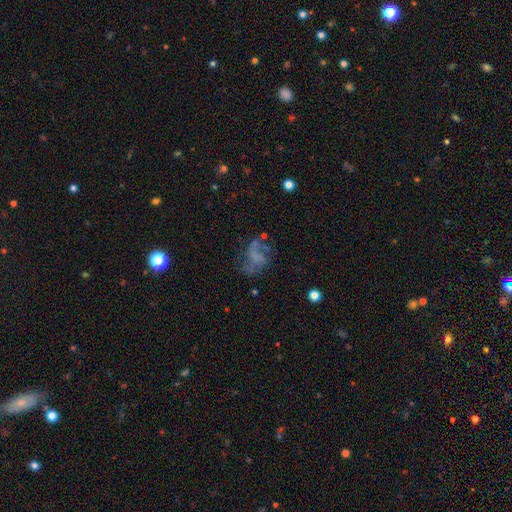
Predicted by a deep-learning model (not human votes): Overall: featured or disk (57%; smooth 26%). Edge-on disk: no (98%). Bar: no (69%). Spiral arms: yes (64%; no 36%). Bulge size: none (71%). Merging: none (47%; major disturbance 29%).